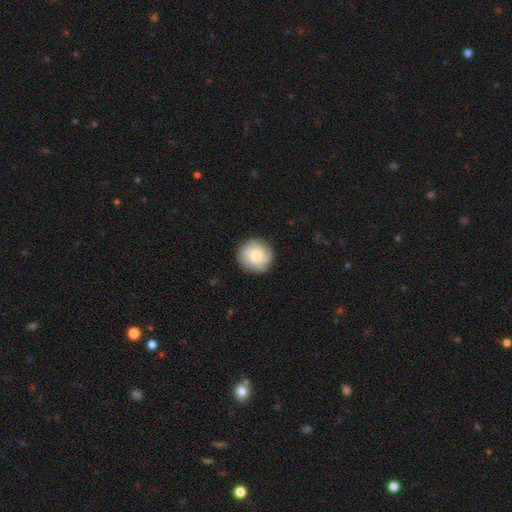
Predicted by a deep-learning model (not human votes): smooth_or_featured: smooth (p=0.55) [alt: featured or disk p=0.37]
how_rounded: round (p=0.93) [alt: in between p=0.06]
merging: none (p=0.85) [alt: minor disturbance p=0.11]